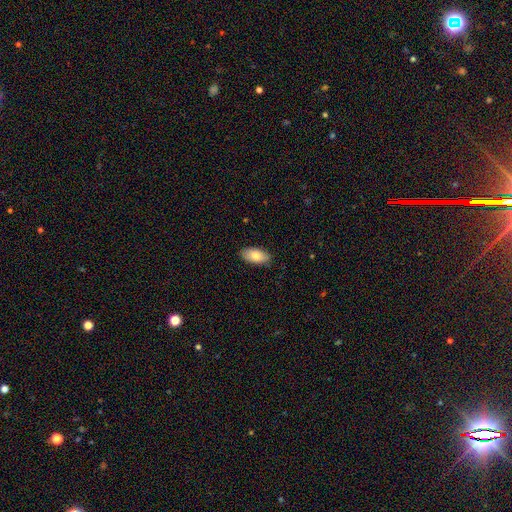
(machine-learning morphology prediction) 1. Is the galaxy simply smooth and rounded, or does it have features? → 80% smooth, 14% featured or disk, 6% star or artifact.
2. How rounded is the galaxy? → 93% in between, 5% cigar-shaped, 3% round.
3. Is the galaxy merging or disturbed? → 87% none, 10% minor disturbance, 2% major disturbance, 1% merger.